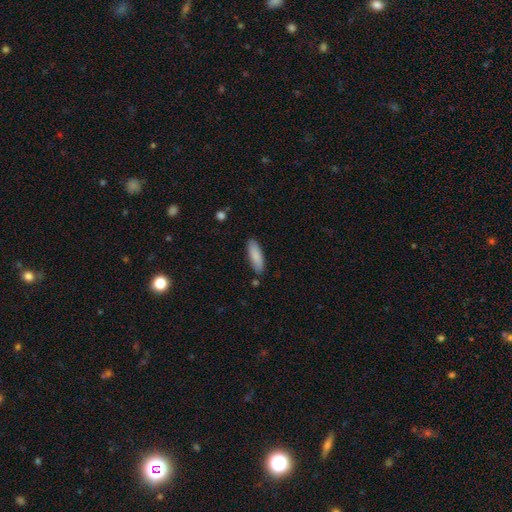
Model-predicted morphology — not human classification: smooth_or_featured: smooth (p=0.87) [alt: featured or disk p=0.08]
how_rounded: in between (p=0.53) [alt: cigar-shaped p=0.45]
merging: none (p=0.84) [alt: minor disturbance p=0.11]